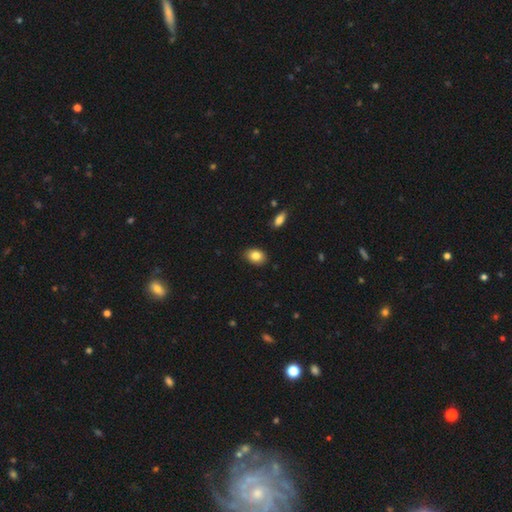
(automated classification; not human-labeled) A smooth galaxy with no disk features (83%) that is in between round and cigar-shaped (77%). Merging: none (87%).